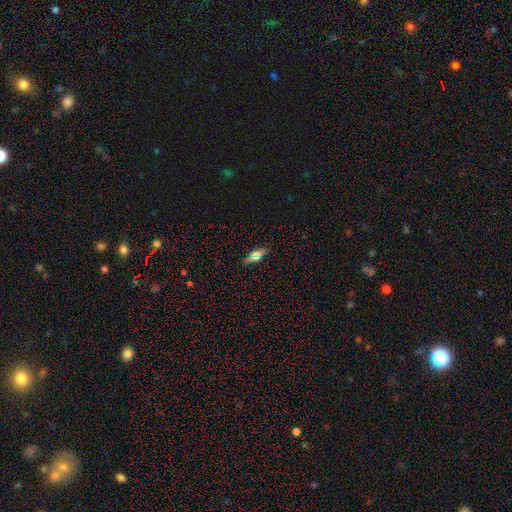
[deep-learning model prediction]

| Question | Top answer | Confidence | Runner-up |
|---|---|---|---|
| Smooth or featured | smooth | 56% | featured or disk (25%) |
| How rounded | in between | 61% | cigar-shaped (33%) |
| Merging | none | 85% | minor disturbance (11%) |